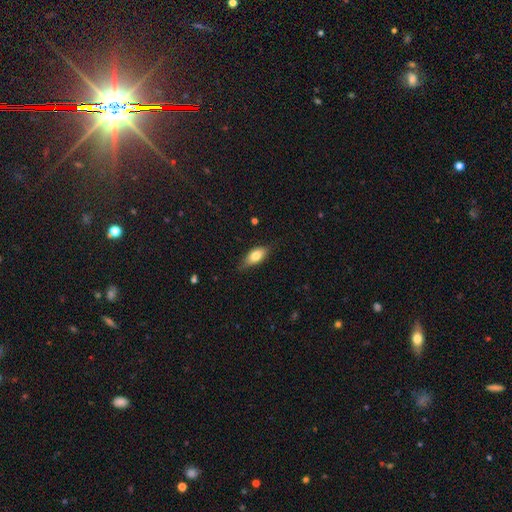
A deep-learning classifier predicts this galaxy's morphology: smooth 76%, featured or disk 17%, star or artifact 7%. Down the decision tree: how rounded — in between (83%); merging — none (74%).